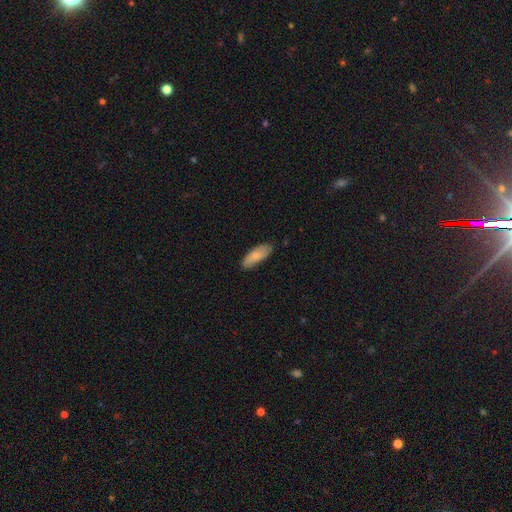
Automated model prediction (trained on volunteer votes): A smooth galaxy with no disk features (78%) that is in between round and cigar-shaped (73%).

Vote fractions:
- Smooth or featured? smooth: 78% / featured or disk: 16% / star or artifact: 6%
- How rounded? in between: 73% / cigar-shaped: 25% / round: 2%
- Merging? none: 79% / minor disturbance: 17% / major disturbance: 2% / merger: 1%